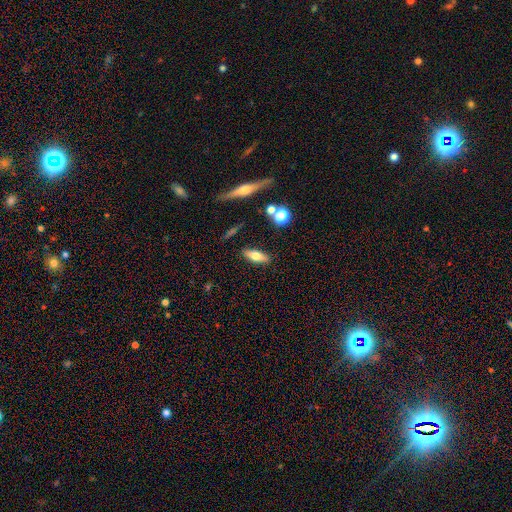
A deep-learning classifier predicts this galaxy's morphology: smooth_or_featured: smooth (p=0.61) [alt: featured or disk p=0.30]
how_rounded: in between (p=0.64) [alt: cigar-shaped p=0.32]
merging: none (p=0.86) [alt: minor disturbance p=0.09]